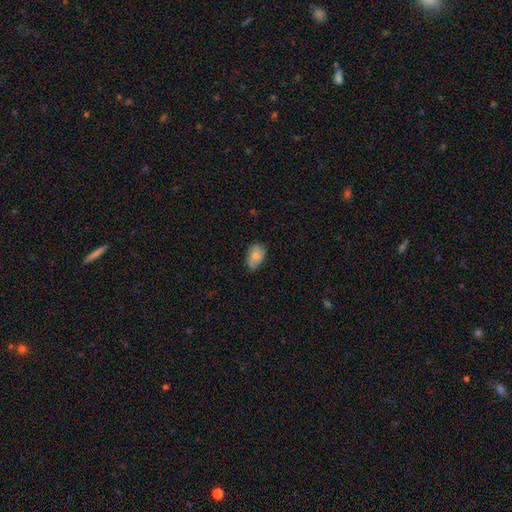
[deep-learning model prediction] smooth-or-featured: smooth: 71% | featured or disk: 21% | star or artifact: 8%
  how-rounded: in between: 85% | round: 13% | cigar-shaped: 1%
  merging: none: 60% | minor disturbance: 32% | major disturbance: 6% | merger: 2%